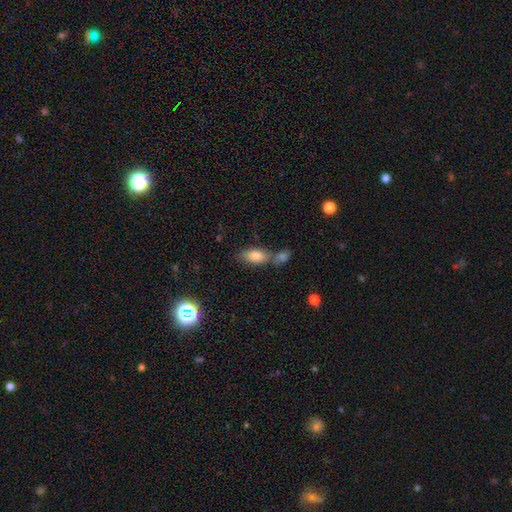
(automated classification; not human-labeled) A smooth galaxy with no disk features (82%) that is in between round and cigar-shaped (87%). Merging: none (46%).